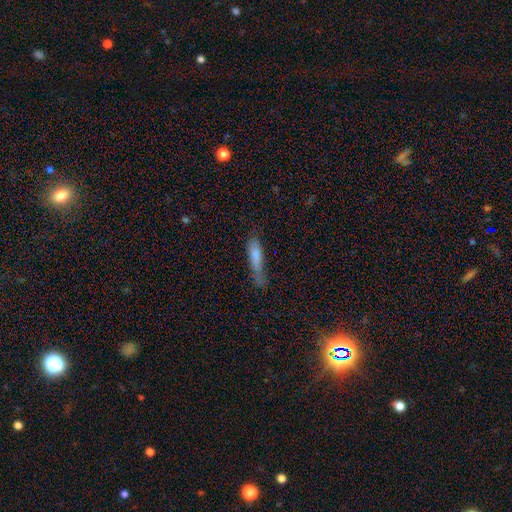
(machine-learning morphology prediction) smooth 76%, featured or disk 16%, star or artifact 8%. Down the decision tree: how rounded — cigar-shaped (71%); merging — none (40%).